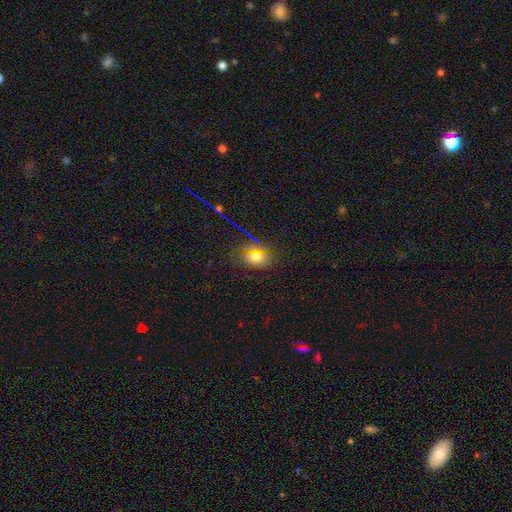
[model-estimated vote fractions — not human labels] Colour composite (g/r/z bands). It shows a smooth galaxy with no disk features (63%) that is in between round and cigar-shaped (70%). Merging: none (78%).